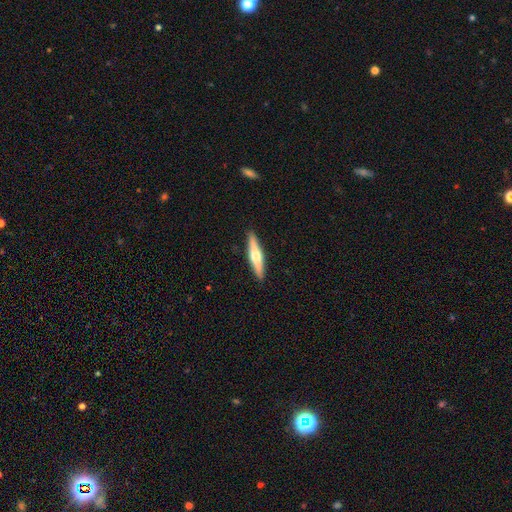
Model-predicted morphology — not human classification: type=featured or disk (59%); edge-on=yes (97%); edge-on bulge=rounded (92%); merging=none (91%).